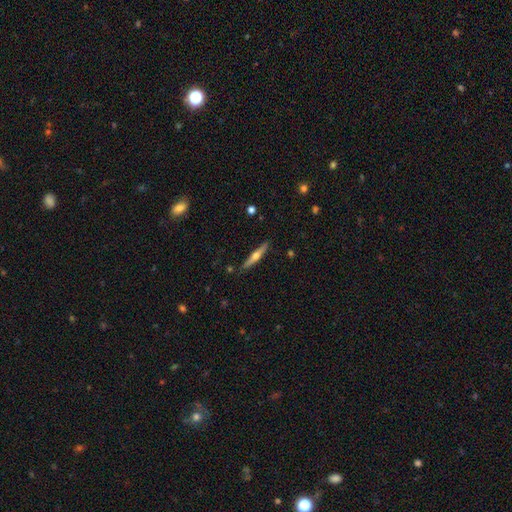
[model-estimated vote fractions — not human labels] A featured or disk galaxy (59%) viewed edge-on (96%) with a rounded central bulge (91%). Merging: none (87%).